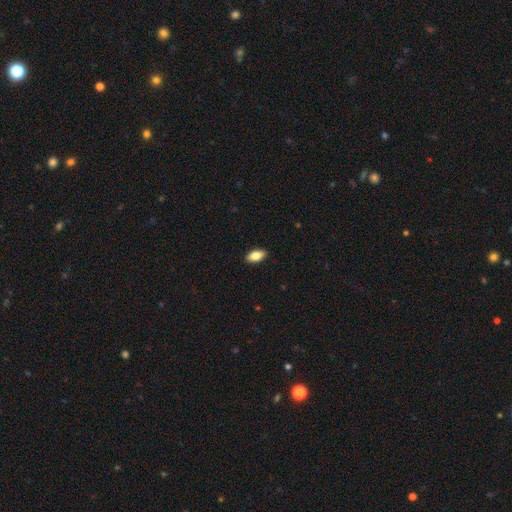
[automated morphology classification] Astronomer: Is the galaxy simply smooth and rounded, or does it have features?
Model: smooth — 84%.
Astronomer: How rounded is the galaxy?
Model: in between — 92%.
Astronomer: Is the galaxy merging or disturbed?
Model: none — 90%.